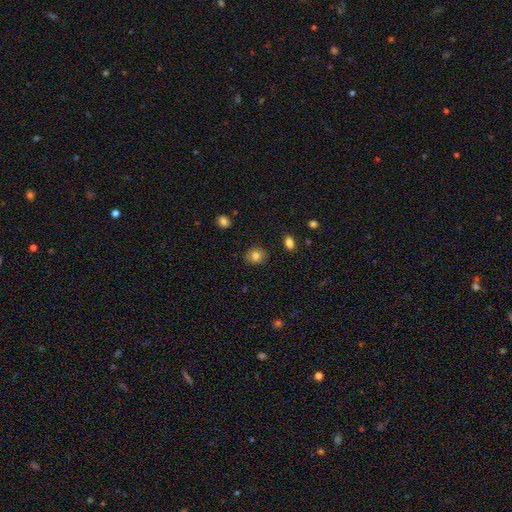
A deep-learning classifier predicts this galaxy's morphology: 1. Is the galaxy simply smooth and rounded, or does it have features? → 81% smooth, 11% star or artifact, 9% featured or disk.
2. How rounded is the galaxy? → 75% round, 24% in between, 1% cigar-shaped.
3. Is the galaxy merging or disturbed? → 87% none, 9% minor disturbance, 2% major disturbance, 2% merger.